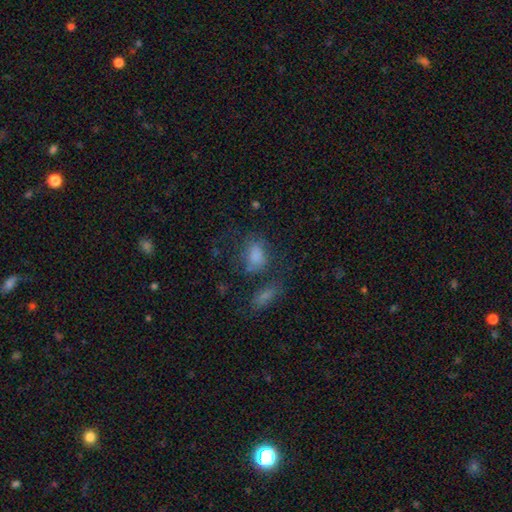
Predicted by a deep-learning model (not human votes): This is likely a smooth galaxy (68%). How rounded: likely in between (70%). Merging: possibly none (50%).